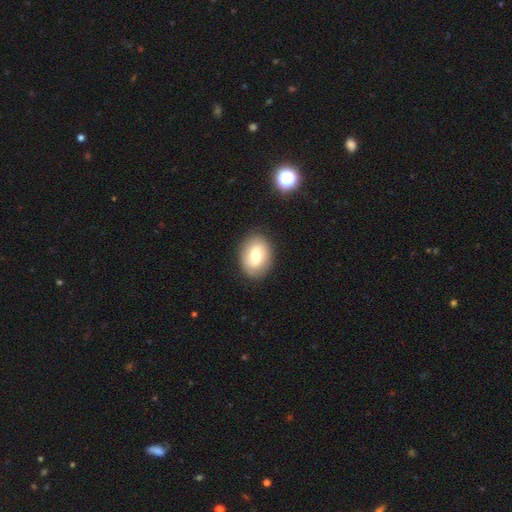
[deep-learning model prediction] A smooth galaxy with no disk features (68%) that is in between round and cigar-shaped (74%).

Vote fractions:
- Smooth or featured? smooth: 68% / featured or disk: 25% / star or artifact: 8%
- How rounded? in between: 74% / round: 25% / cigar-shaped: 1%
- Merging? none: 87% / minor disturbance: 9% / major disturbance: 3% / merger: 1%